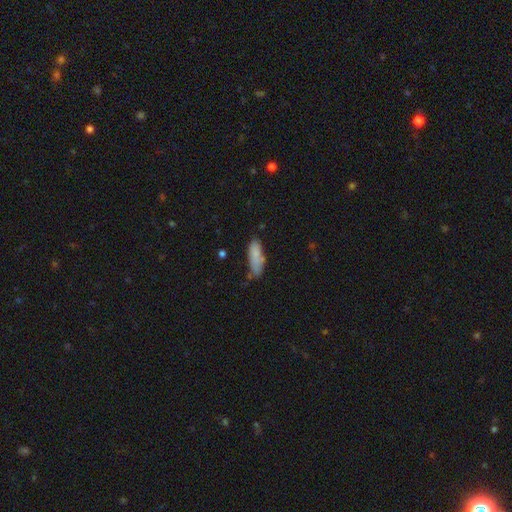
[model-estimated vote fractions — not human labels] Smooth or featured: smooth — 80% (featured or disk — 13%)
How rounded: in between — 59% (cigar-shaped — 39%)
Merging: none — 52% (minor disturbance — 32%)